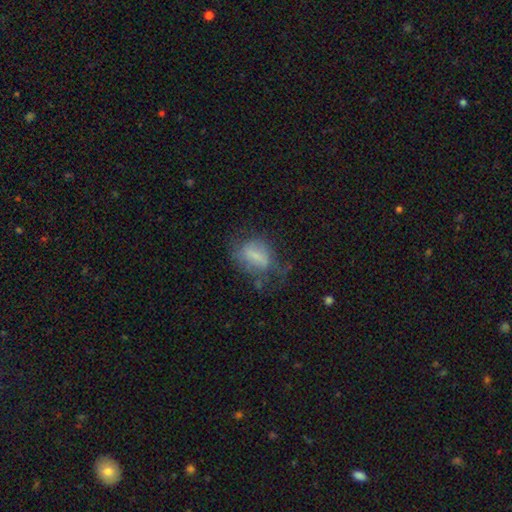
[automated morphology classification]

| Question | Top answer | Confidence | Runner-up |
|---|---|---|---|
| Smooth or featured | smooth | 58% | featured or disk (31%) |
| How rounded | in between | 73% | round (24%) |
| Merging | none | 40% | minor disturbance (29%) |